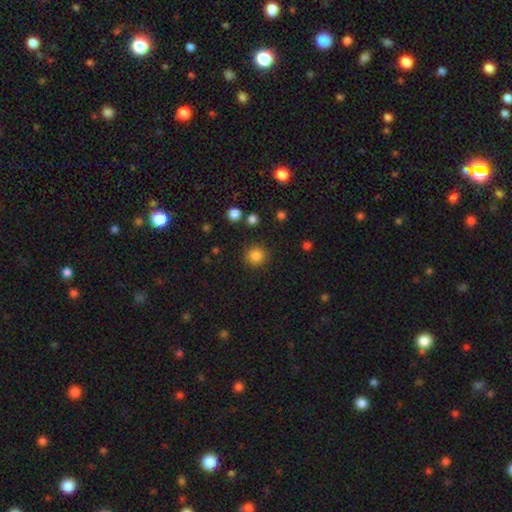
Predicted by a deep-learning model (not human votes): Morphology: type=smooth (84%); roundness=round (91%); merging=none (88%).